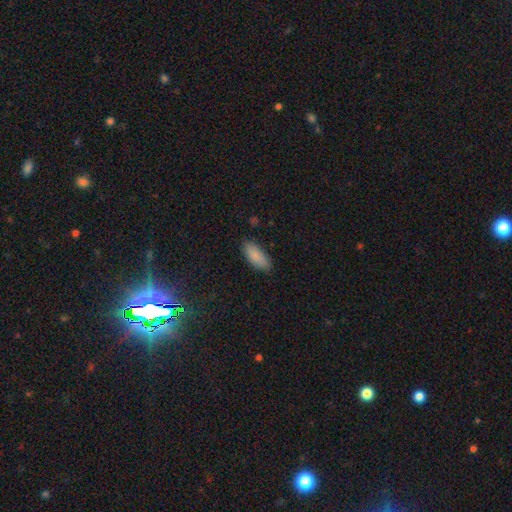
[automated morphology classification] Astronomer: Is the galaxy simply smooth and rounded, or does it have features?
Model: smooth — 87%.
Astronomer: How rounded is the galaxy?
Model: in between — 82%.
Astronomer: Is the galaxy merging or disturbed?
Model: none — 84%.